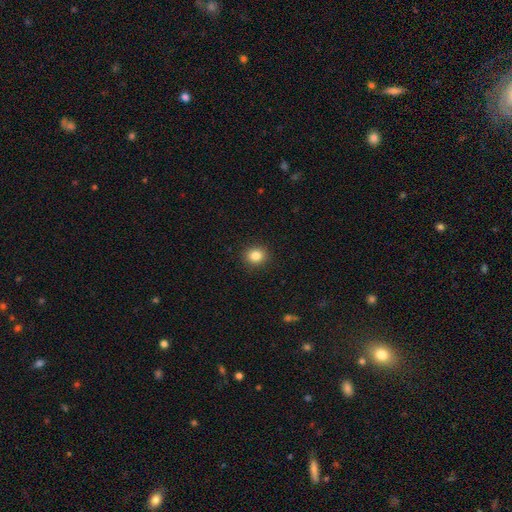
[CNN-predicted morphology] smooth-or-featured: smooth: 84% | star or artifact: 11% | featured or disk: 6%
  how-rounded: round: 81% | in between: 18% | cigar-shaped: 1%
  merging: none: 91% | minor disturbance: 6% | major disturbance: 2% | merger: 1%